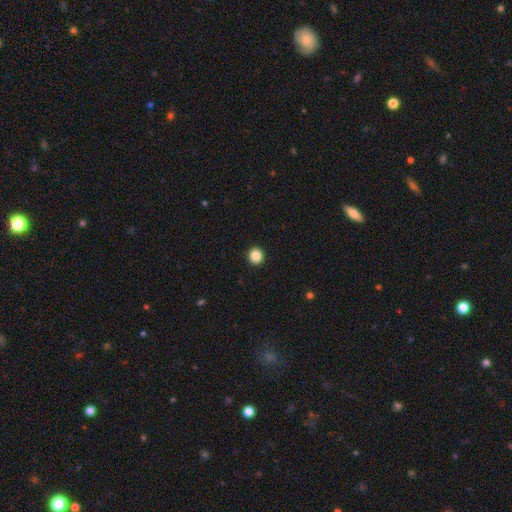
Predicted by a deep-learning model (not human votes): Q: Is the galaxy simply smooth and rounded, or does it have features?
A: smooth — 86%.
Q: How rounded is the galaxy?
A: round — 93%.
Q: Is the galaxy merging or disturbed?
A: none — 94%.